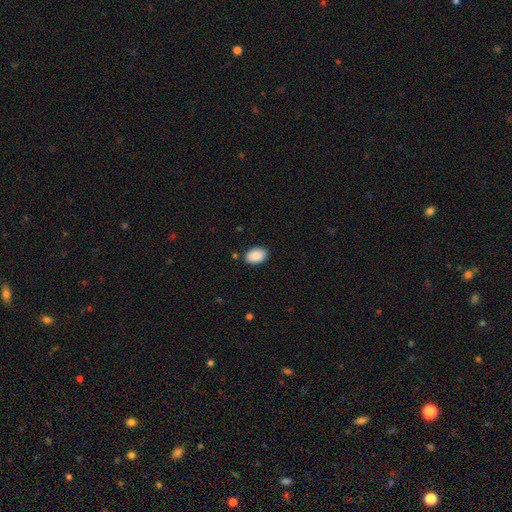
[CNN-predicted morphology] Smooth or featured: smooth — 90% (star or artifact — 7%)
How rounded: in between — 90% (round — 9%)
Merging: none — 87% (minor disturbance — 10%)